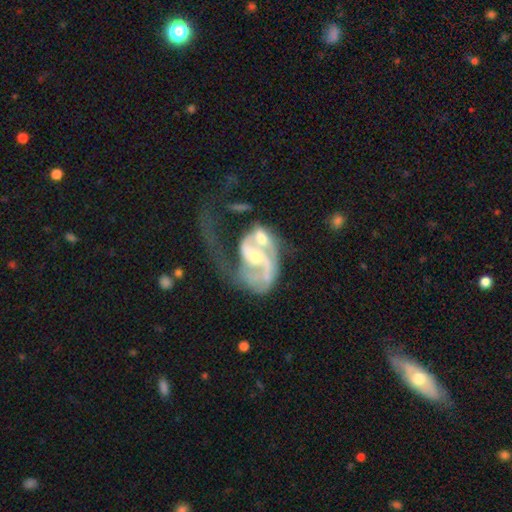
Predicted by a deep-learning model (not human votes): smooth-or-featured: featured or disk: 83% | smooth: 10% | star or artifact: 6%
  disk-edge-on: no: 97% | yes: 3%
    bar: no: 49% | weak: 38% | strong: 13%
    has-spiral-arms: yes: 89% | no: 11%
      spiral-winding: loose: 41% | medium: 39% | tight: 20%
      spiral-arm-count: 2: 50% | 1: 27% | can't tell: 14% | 3: 5% | 4: 2% | more than 4: 2%
    bulge-size: moderate: 47% | small: 44% | none: 4% | large: 4% | dominant: 1%
  merging: major disturbance: 42% | merger: 34% | none: 14% | minor disturbance: 9%